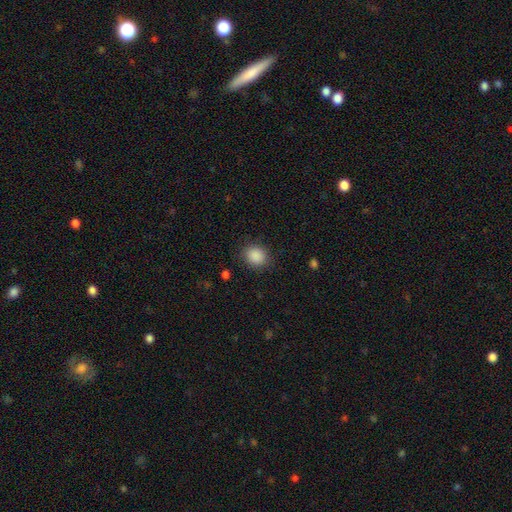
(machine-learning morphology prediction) smooth_or_featured: smooth (p=0.88) [alt: star or artifact p=0.09]
how_rounded: round (p=0.75) [alt: in between p=0.25]
merging: none (p=0.87) [alt: minor disturbance p=0.09]